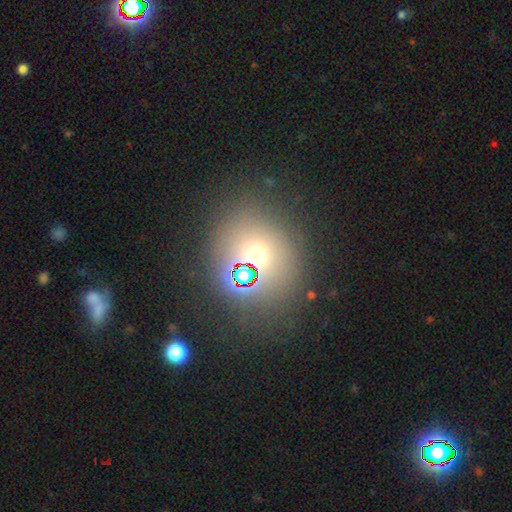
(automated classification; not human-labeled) Overall: smooth (56%; star or artifact 32%). How rounded: round (73%). Merging: none (77%).